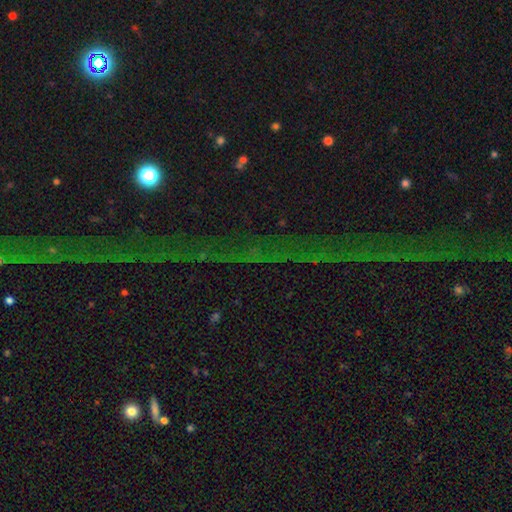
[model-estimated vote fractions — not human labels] Q: Smooth or featured?
A: star or artifact (79%); runner-up: featured or disk (13%)